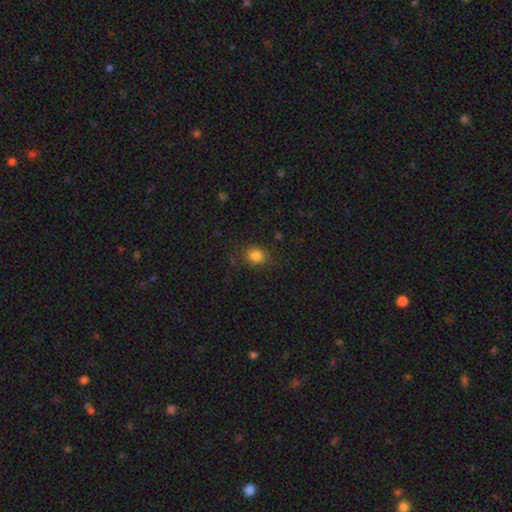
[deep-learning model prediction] Smooth or featured? Predicted: smooth (p=0.83). How rounded? Predicted: round (p=0.63). Merging? Predicted: none (p=0.81).